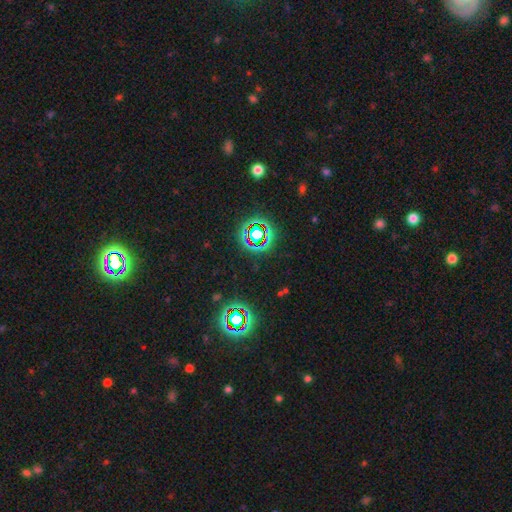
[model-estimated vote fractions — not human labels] This is likely a star or artifact rather than a galaxy (75%).